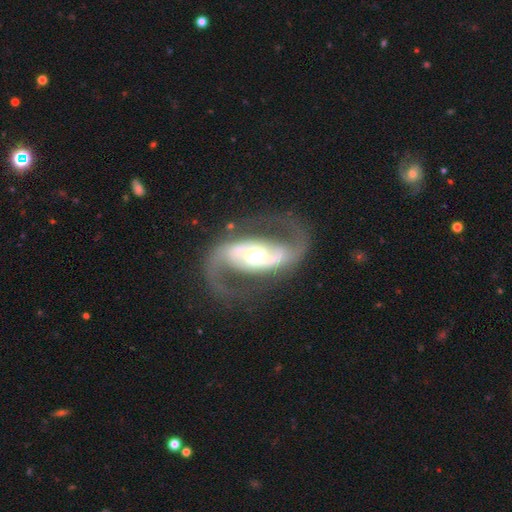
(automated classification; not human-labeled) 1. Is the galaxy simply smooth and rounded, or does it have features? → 92% featured or disk, 4% smooth, 4% star or artifact.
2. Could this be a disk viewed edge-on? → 97% no, 3% yes.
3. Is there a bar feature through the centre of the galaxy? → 40% strong, 30% no, 30% weak.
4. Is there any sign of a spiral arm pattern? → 96% yes, 4% no.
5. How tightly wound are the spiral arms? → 51% medium, 37% loose, 12% tight.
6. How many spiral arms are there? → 94% 2, 1% can't tell, 1% 1, 1% 3, 1% 4, 1% more than 4.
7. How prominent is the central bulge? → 66% moderate, 19% large, 11% small, 2% dominant, 1% none.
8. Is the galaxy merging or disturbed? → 79% none, 11% minor disturbance, 8% major disturbance, 2% merger.